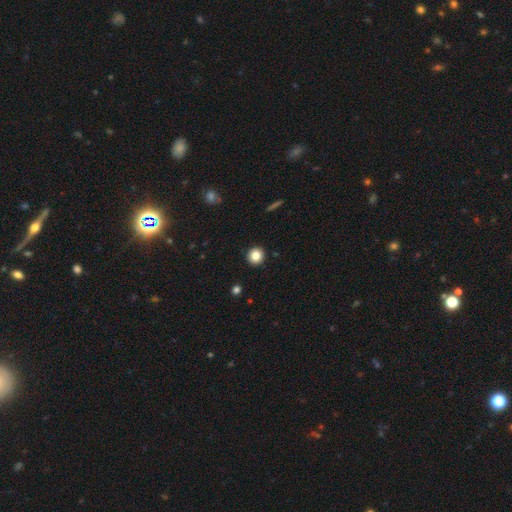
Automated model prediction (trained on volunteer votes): The model was most divided on "smooth or featured": smooth: 84%, star or artifact: 10%, featured or disk: 6%. More confident: how rounded — round (93%); merging — none (93%).